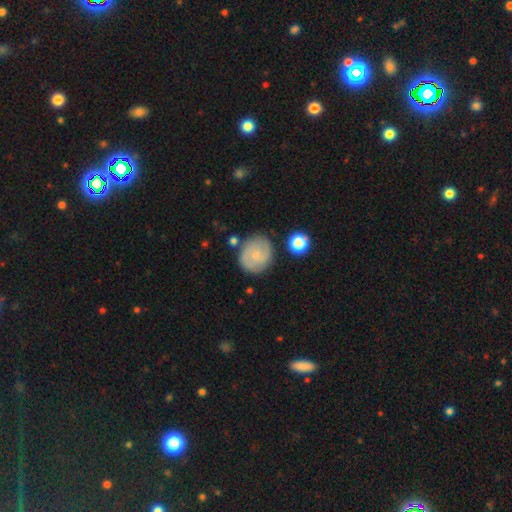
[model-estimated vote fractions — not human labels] A featured or disk galaxy (55%) with no bar (67%), spiral arms (86%) and a small central bulge (71%).

Vote fractions:
- Smooth or featured? featured or disk: 55% / smooth: 38% / star or artifact: 7%
- Edge-on disk? no: 98% / yes: 2%
- Bar? no: 67% / weak: 29% / strong: 4%
- Spiral arms? yes: 86% / no: 14%
- Bulge size? small: 71% / moderate: 16% / none: 10% / large: 1% / dominant: 1%
- Merging? none: 81% / minor disturbance: 13% / major disturbance: 4% / merger: 3%